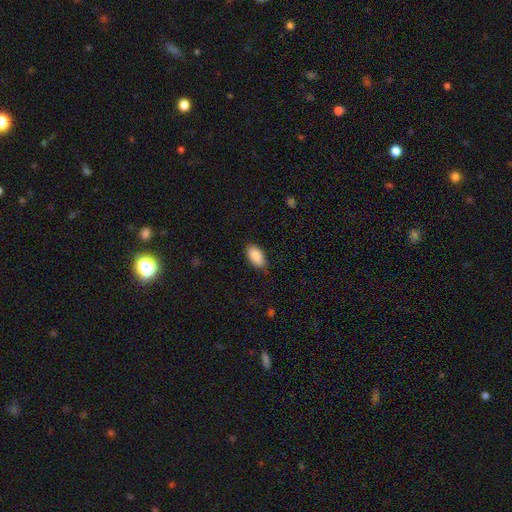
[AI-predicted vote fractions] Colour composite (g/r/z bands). It shows a smooth galaxy with no disk features (89%) that is in between round and cigar-shaped (94%). Merging: none (82%).